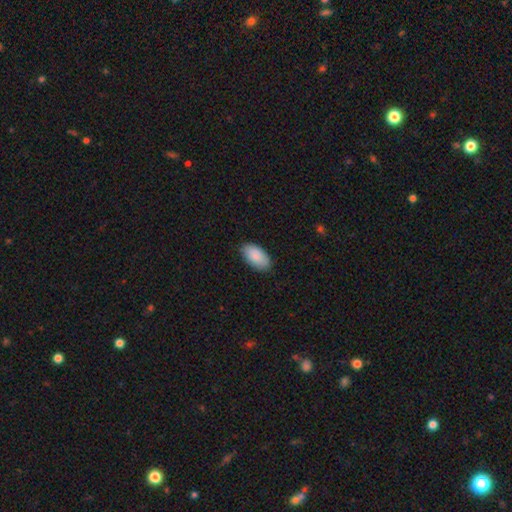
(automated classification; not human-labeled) A smooth galaxy with no disk features (87%) that is in between round and cigar-shaped (95%).

Vote fractions:
- Smooth or featured? smooth: 87% / featured or disk: 7% / star or artifact: 6%
- How rounded? in between: 95% / round: 3% / cigar-shaped: 2%
- Merging? none: 86% / minor disturbance: 11% / major disturbance: 2% / merger: 1%